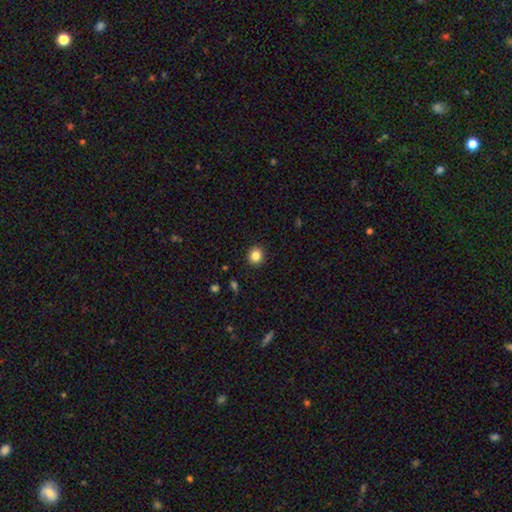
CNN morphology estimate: Overall: smooth (85%). How rounded: round (89%). Merging: none (92%).